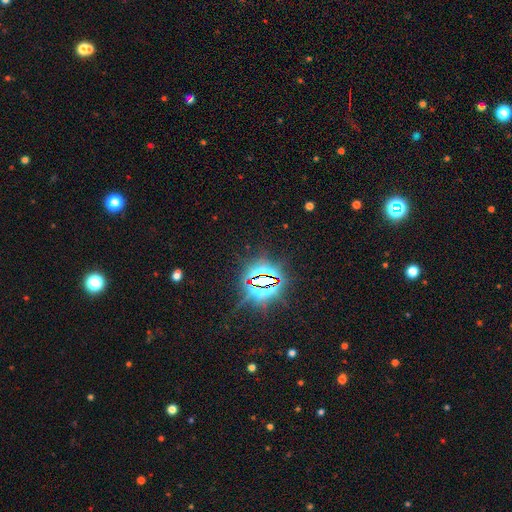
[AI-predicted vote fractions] Morphology: type=star or artifact (83%).